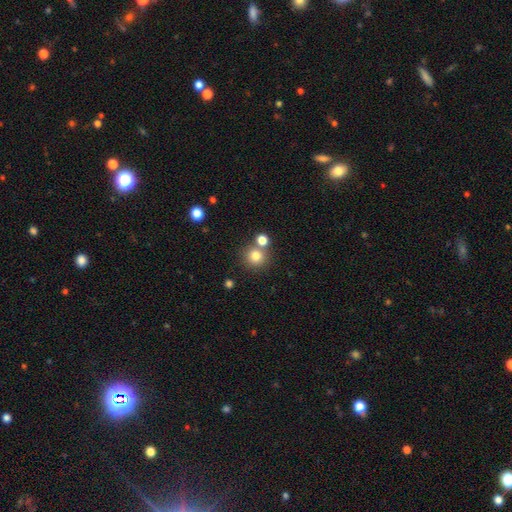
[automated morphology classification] A smooth galaxy with no disk features (79%) that is round (92%).

Vote fractions:
- Smooth or featured? smooth: 79% / star or artifact: 14% / featured or disk: 8%
- How rounded? round: 92% / in between: 7% / cigar-shaped: 1%
- Merging? none: 69% / merger: 21% / minor disturbance: 7% / major disturbance: 3%